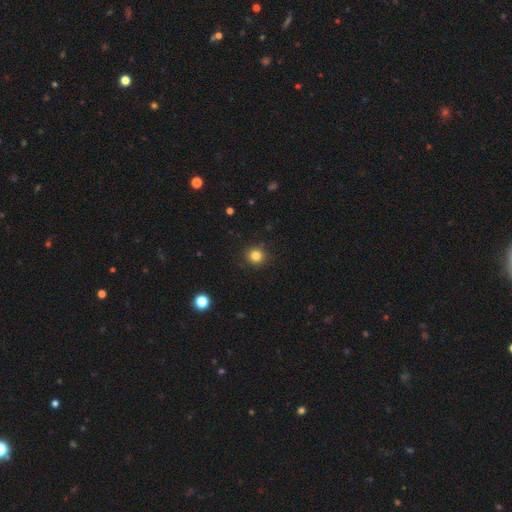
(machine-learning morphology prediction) A smooth galaxy with no disk features (82%) that is round (94%).

Vote fractions:
- Smooth or featured? smooth: 82% / star or artifact: 12% / featured or disk: 5%
- How rounded? round: 94% / in between: 5% / cigar-shaped: 1%
- Merging? none: 91% / minor disturbance: 6% / major disturbance: 2% / merger: 1%